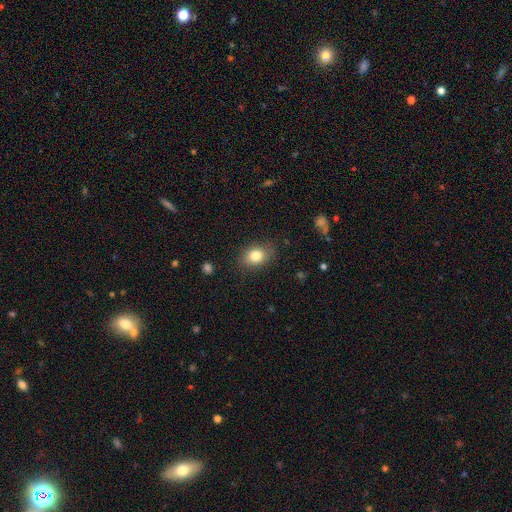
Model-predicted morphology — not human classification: smooth_or_featured: smooth (p=0.81) [alt: featured or disk p=0.10]
how_rounded: in between (p=0.68) [alt: round p=0.31]
merging: none (p=0.82) [alt: minor disturbance p=0.13]